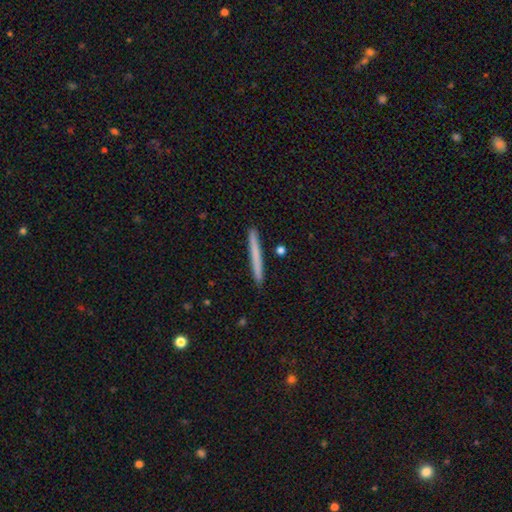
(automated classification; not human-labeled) Smooth or featured: smooth — 67% (featured or disk — 27%)
How rounded: cigar-shaped — 97% (in between — 2%)
Merging: none — 92% (minor disturbance — 6%)